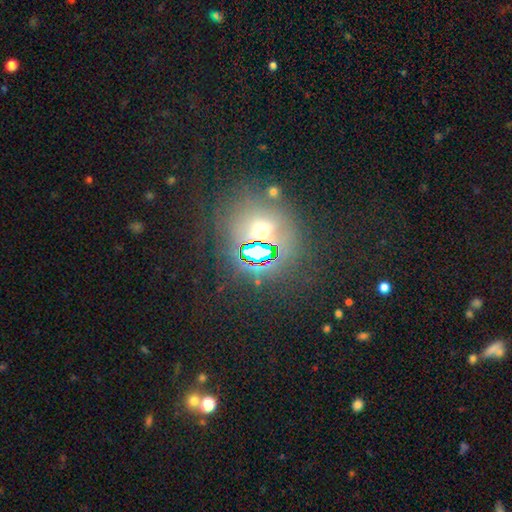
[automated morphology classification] A star or artifact, not a galaxy (61%).